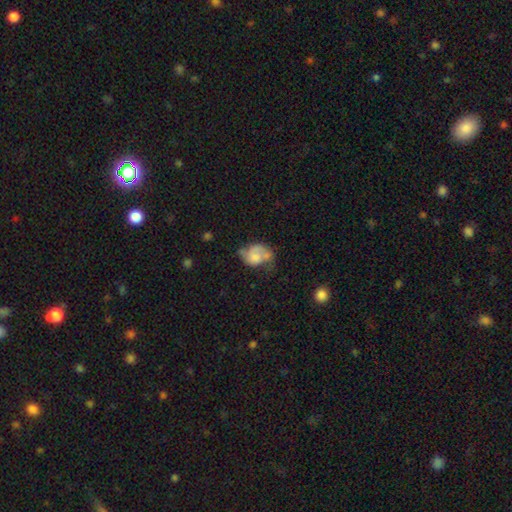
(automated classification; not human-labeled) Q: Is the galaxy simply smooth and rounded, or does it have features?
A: smooth — 48%.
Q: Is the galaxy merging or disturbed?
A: major disturbance — 30%.